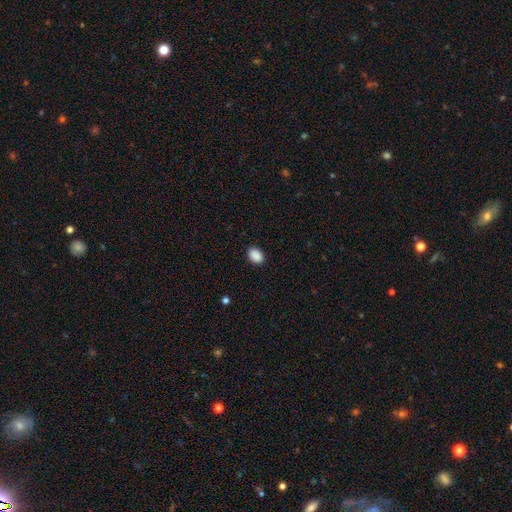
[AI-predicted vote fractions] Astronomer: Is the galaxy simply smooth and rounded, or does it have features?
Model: smooth — 89%.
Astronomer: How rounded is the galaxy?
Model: in between — 72%.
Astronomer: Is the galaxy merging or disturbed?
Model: none — 88%.